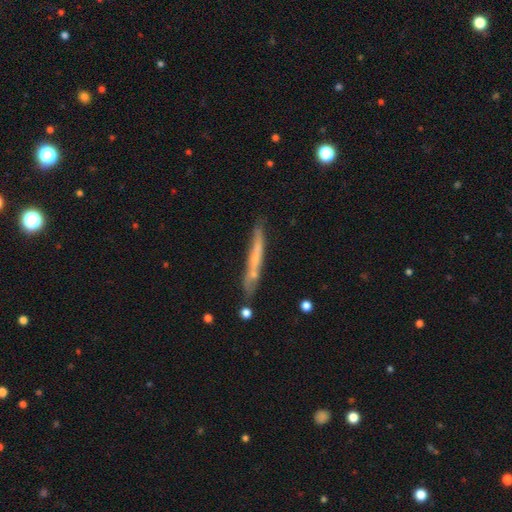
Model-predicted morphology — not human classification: Q: Smooth or featured?
A: smooth (47%); runner-up: featured or disk (46%)
Q: Merging?
A: none (68%); runner-up: minor disturbance (20%)